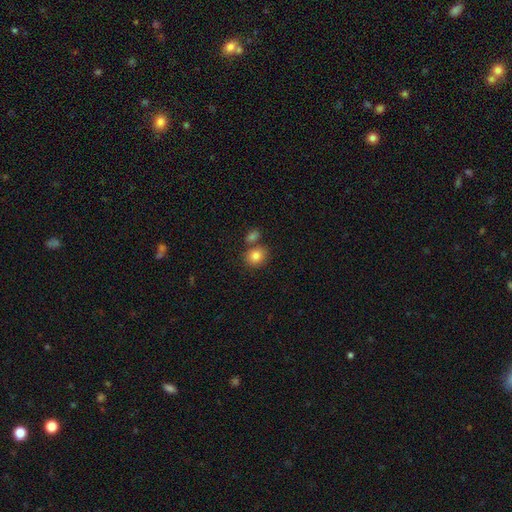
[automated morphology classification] smooth 84%, star or artifact 9%, featured or disk 7%. Down the decision tree: how rounded — round (65%); merging — none (66%).